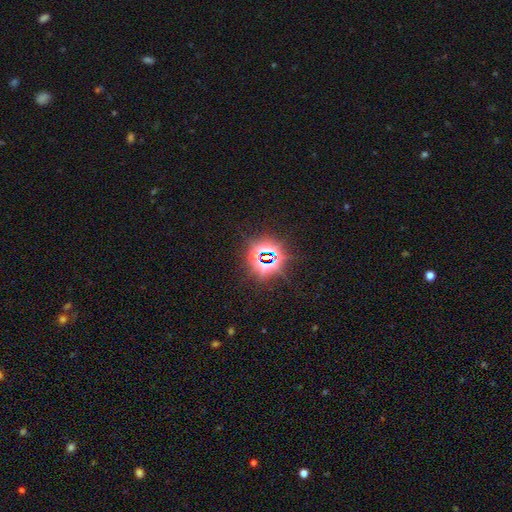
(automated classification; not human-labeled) smooth-or-featured: star or artifact: 82% | smooth: 11% | featured or disk: 8%